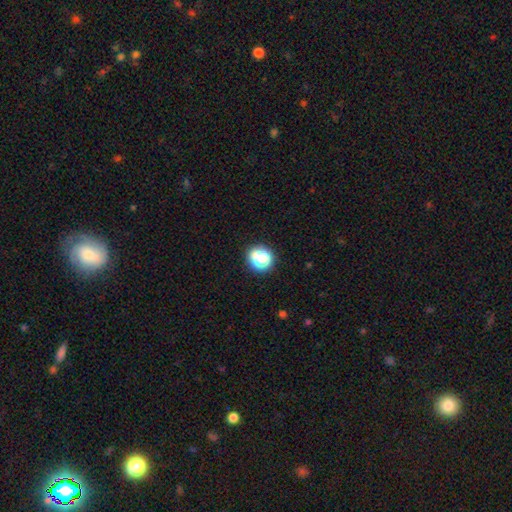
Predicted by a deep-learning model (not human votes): Smooth or featured? smooth (70%)
How rounded? round (84%)
Merging? none (77%)